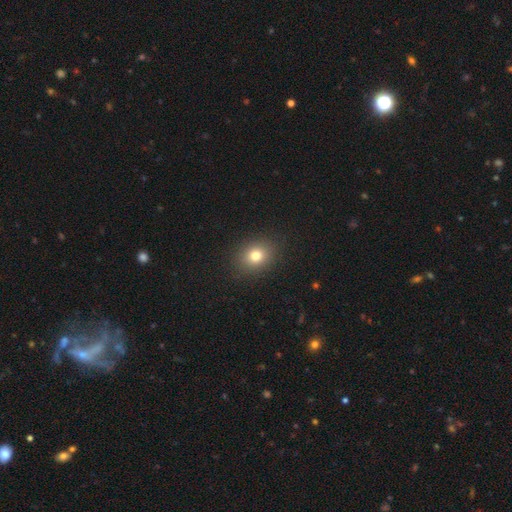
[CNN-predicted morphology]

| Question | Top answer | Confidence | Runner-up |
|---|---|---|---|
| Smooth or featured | smooth | 78% | star or artifact (13%) |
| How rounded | round | 56% | in between (43%) |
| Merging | none | 89% | minor disturbance (7%) |